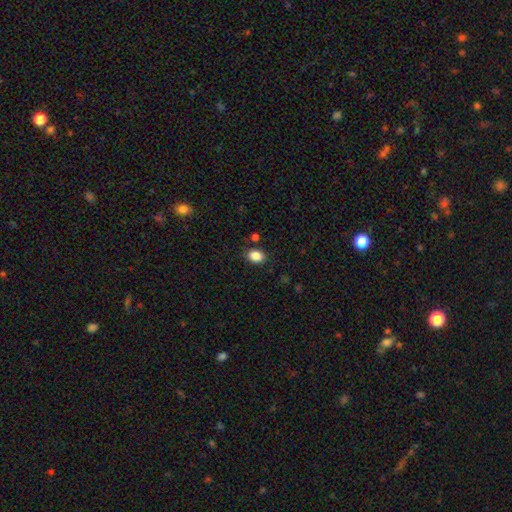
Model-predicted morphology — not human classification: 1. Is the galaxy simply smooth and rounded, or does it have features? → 87% smooth, 9% star or artifact, 4% featured or disk.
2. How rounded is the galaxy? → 76% in between, 23% round, 1% cigar-shaped.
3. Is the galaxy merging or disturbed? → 83% none, 11% minor disturbance, 3% merger, 3% major disturbance.